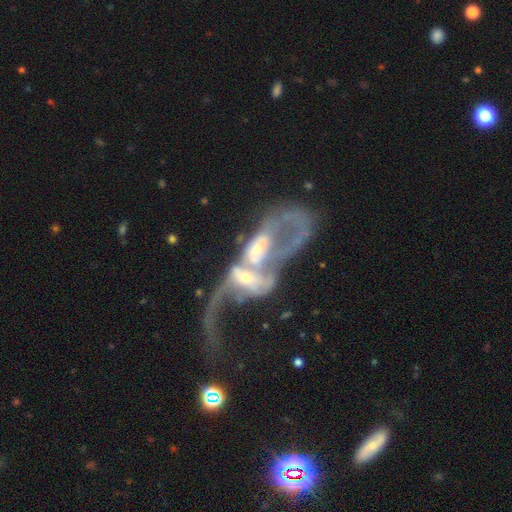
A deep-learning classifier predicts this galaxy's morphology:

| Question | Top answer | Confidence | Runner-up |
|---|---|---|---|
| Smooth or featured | featured or disk | 80% | smooth (13%) |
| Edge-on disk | no | 95% | yes (5%) |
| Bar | no | 57% | weak (29%) |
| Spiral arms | yes | 69% | no (31%) |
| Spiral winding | loose | 68% | medium (23%) |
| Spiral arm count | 2 | 52% | 1 (23%) |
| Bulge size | moderate | 43% | small (40%) |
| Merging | merger | 78% | major disturbance (14%) |